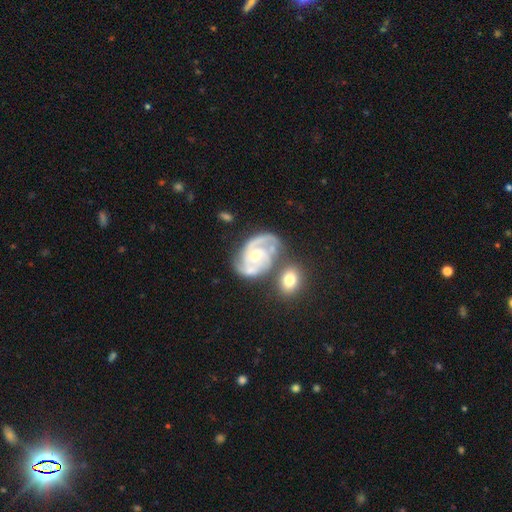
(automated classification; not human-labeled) A featured or disk galaxy (89%) with no bar (49%), 2 (73%) medium (47%) spiral arms (97%) and a small central bulge (50%).

Vote fractions:
- Smooth or featured? featured or disk: 89% / smooth: 6% / star or artifact: 5%
- Edge-on disk? no: 98% / yes: 2%
- Bar? no: 49% / weak: 39% / strong: 12%
- Spiral arms? yes: 97% / no: 3%
- Spiral winding? medium: 47% / tight: 44% / loose: 9%
- Spiral arm count? 2: 73% / 3: 13% / can't tell: 7% / 1: 3% / 4: 2% / more than 4: 2%
- Bulge size? small: 50% / moderate: 44% / none: 2% / large: 2% / dominant: 1%
- Merging? none: 52% / merger: 21% / minor disturbance: 19% / major disturbance: 9%